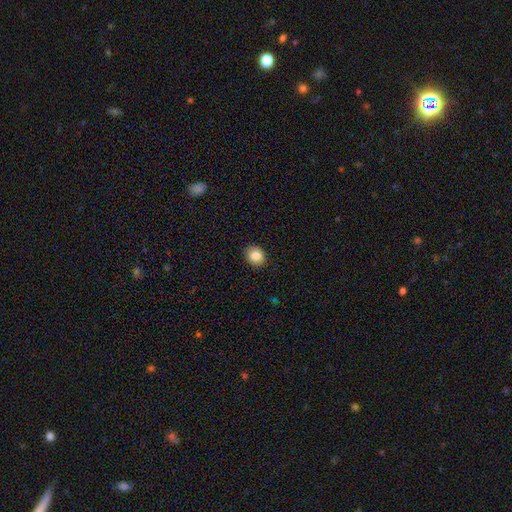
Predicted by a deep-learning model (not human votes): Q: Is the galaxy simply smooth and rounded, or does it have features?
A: smooth — 85%.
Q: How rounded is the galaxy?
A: round — 69%.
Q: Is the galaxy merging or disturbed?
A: none — 90%.